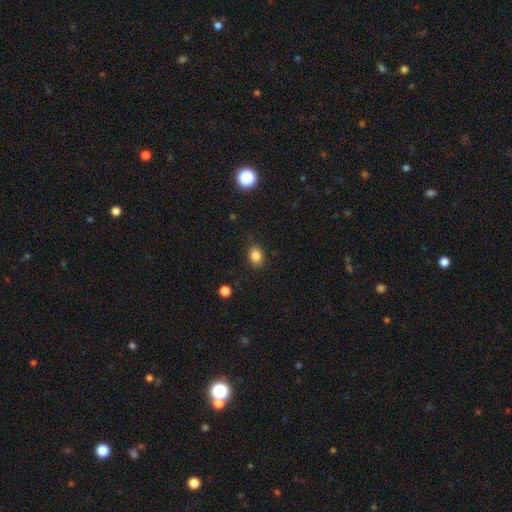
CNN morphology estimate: This appears to be a smooth galaxy with no disk features (84%) that is in between round and cigar-shaped (70%). Merging: none (82%).